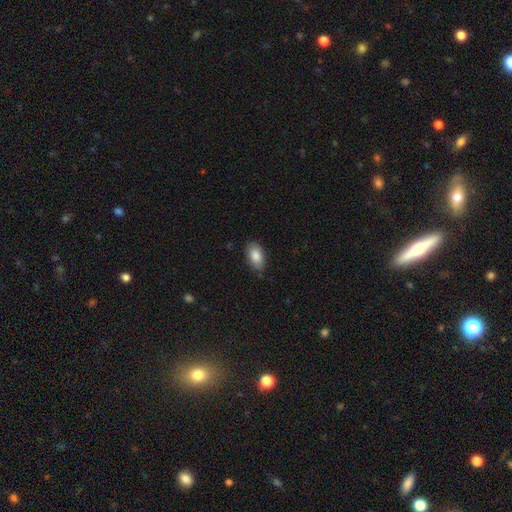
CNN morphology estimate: The model was most divided on "merging": none: 81%, minor disturbance: 16%, major disturbance: 3%, merger: 1%. More confident: how rounded — in between (93%); smooth or featured — smooth (85%).